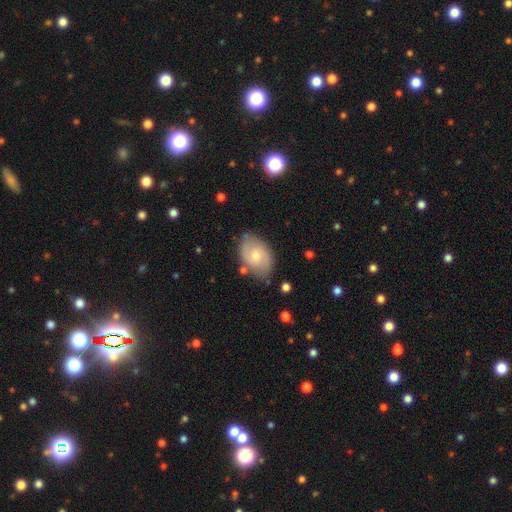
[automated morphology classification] smooth_or_featured: featured or disk (p=0.53) [alt: smooth p=0.40]
disk_edge_on: no (p=0.96) [alt: yes p=0.04]
bar: no (p=0.64) [alt: weak p=0.32]
has_spiral_arms: yes (p=0.79) [alt: no p=0.21]
bulge_size: moderate (p=0.57) [alt: small p=0.36]
merging: none (p=0.74) [alt: minor disturbance p=0.18]